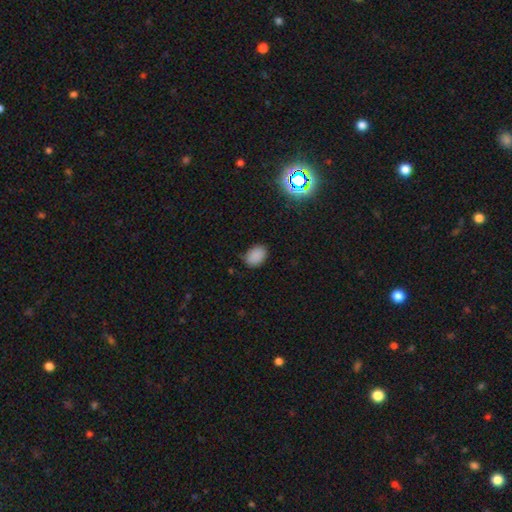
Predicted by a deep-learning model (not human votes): The model was most divided on "how rounded": in between: 78%, round: 21%, cigar-shaped: 1%. More confident: smooth or featured — smooth (85%); merging — none (78%).